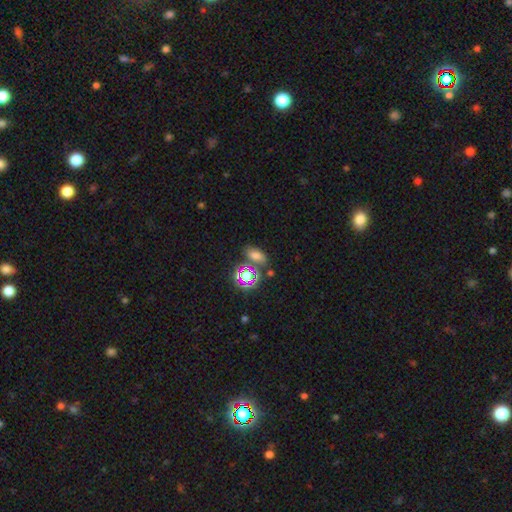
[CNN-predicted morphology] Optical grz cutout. It shows a smooth galaxy with no disk features (59%) that is in between round and cigar-shaped (81%). Merging: none (63%).